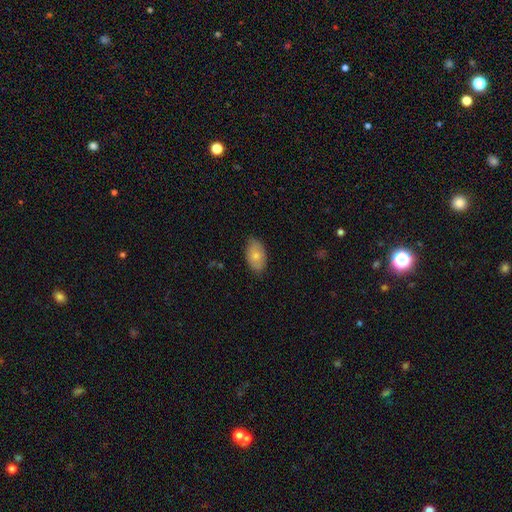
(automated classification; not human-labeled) This is likely a smooth galaxy (75%). How rounded: clearly in between (93%). Merging: likely none (78%).